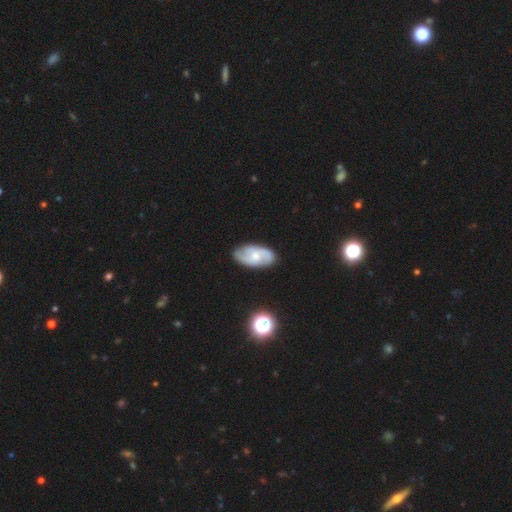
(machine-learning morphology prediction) The model was most divided on "bulge size": small: 48%, moderate: 43%, none: 5%, large: 3%, dominant: 1%. Remaining: edge-on disk — no (95%); spiral arms — yes (93%); merging — none (82%); smooth or featured — featured or disk (72%); spiral arm count — 2 (67%); bar — no (59%); spiral winding — medium (49%).